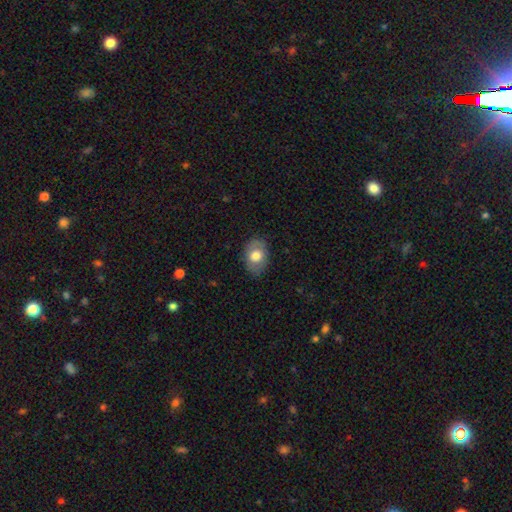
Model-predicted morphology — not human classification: This is likely a smooth galaxy (72%). How rounded: likely in between (79%). Merging: likely none (79%).